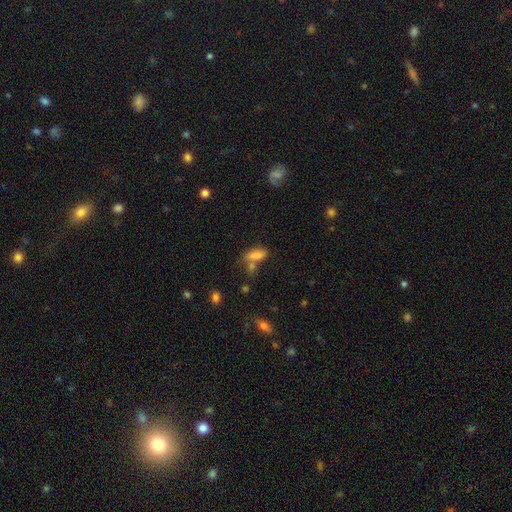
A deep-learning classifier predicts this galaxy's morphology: The model was most divided on "merging": none: 46%, merger: 26%, minor disturbance: 19%, major disturbance: 9%. More confident: smooth or featured — smooth (79%); how rounded — in between (74%).